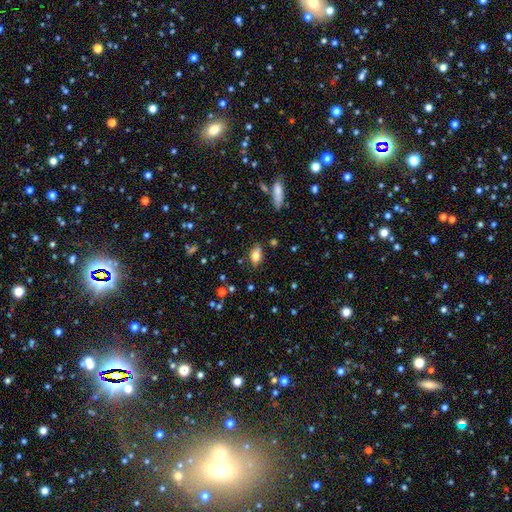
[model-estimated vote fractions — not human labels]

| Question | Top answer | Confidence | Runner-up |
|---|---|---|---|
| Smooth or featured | smooth | 77% | featured or disk (14%) |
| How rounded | in between | 88% | round (7%) |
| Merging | none | 79% | minor disturbance (14%) |